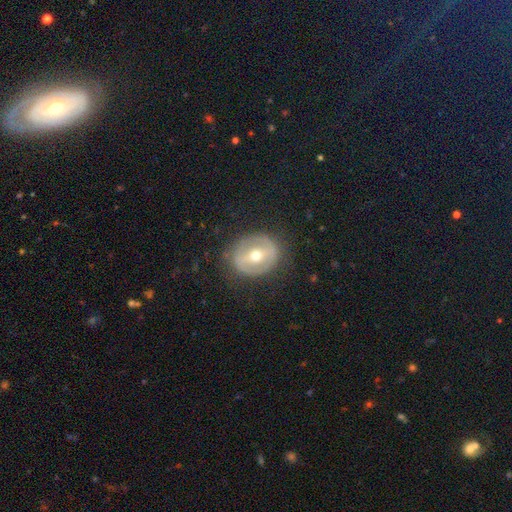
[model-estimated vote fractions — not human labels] smooth_or_featured: featured or disk (p=0.65) [alt: smooth p=0.28]
disk_edge_on: no (p=0.93) [alt: yes p=0.07]
bar: strong (p=0.47) [alt: weak p=0.33]
has_spiral_arms: no (p=0.69) [alt: yes p=0.31]
bulge_size: moderate (p=0.65) [alt: small p=0.30]
merging: none (p=0.81) [alt: minor disturbance p=0.12]